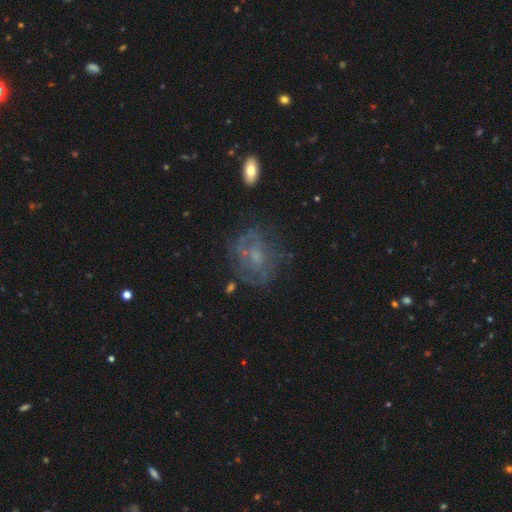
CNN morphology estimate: Overall: featured or disk (60%; smooth 24%). Edge-on disk: no (96%). Bar: no (70%). Spiral arms: yes (54%; no 46%). Bulge size: small (48%; moderate 32%). Merging: none (65%).